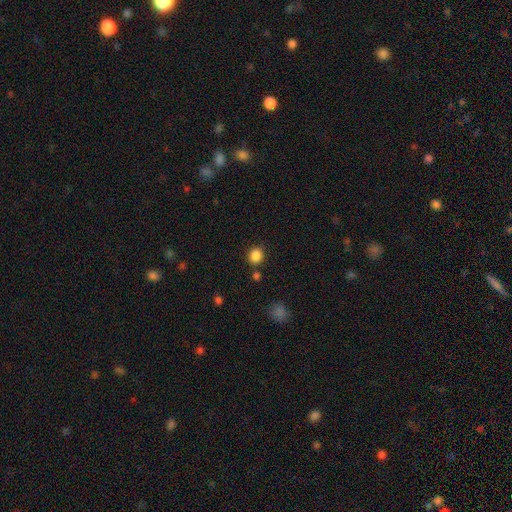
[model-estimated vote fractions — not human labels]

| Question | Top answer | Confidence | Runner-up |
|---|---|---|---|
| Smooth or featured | smooth | 86% | star or artifact (11%) |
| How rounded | round | 76% | in between (23%) |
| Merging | none | 82% | minor disturbance (10%) |